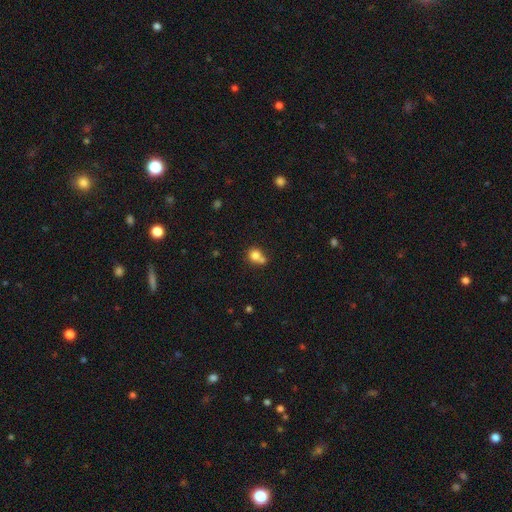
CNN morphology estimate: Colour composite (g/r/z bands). It shows a smooth galaxy with no disk features (78%) that is round (78%). Merging: merger (46%).